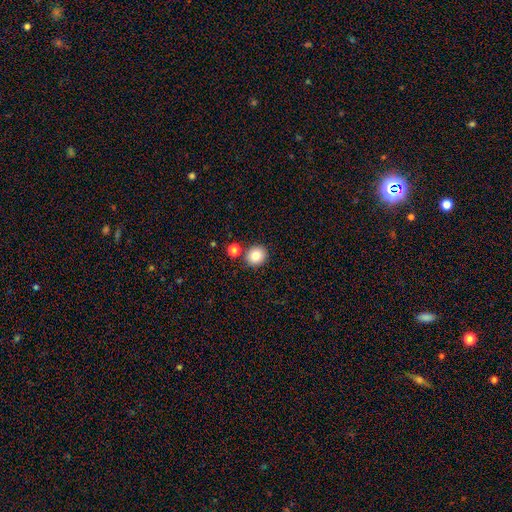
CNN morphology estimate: Smooth or featured?
  - smooth: 84% *
  - star or artifact: 10%
  - featured or disk: 6%
How rounded?
  - round: 84% *
  - in between: 15%
  - cigar-shaped: 1%
Merging?
  - none: 79% *
  - merger: 11%
  - minor disturbance: 8%
  - major disturbance: 2%